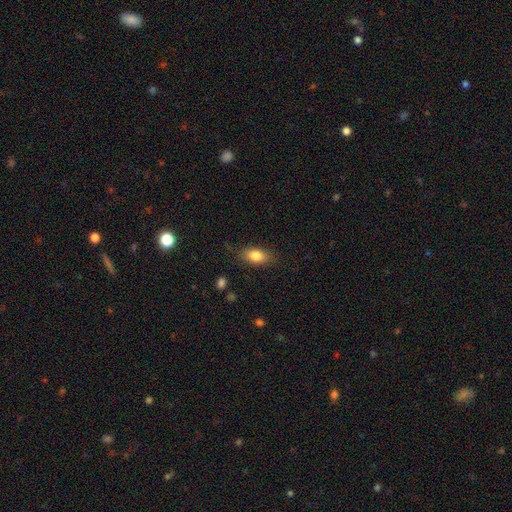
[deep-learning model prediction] smooth 82%, featured or disk 11%, star or artifact 8%. Down the decision tree: how rounded — in between (85%); merging — none (81%).